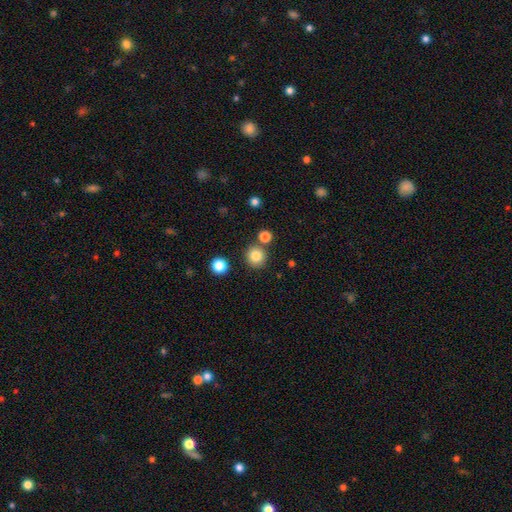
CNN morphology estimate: The model was most divided on "smooth or featured": smooth: 83%, star or artifact: 12%, featured or disk: 5%. More confident: how rounded — round (93%); merging — none (82%).